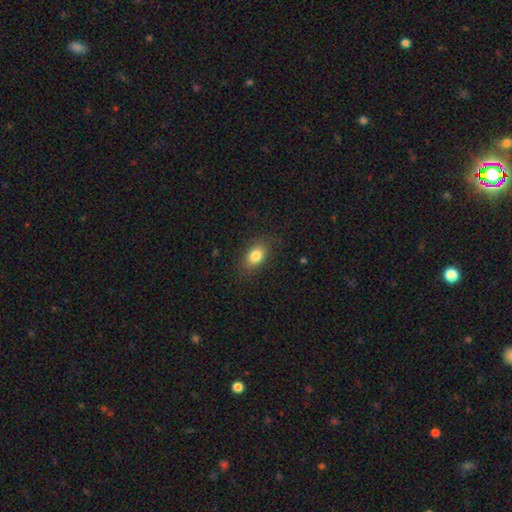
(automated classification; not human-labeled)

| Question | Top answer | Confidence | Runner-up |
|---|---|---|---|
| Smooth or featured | smooth | 83% | star or artifact (9%) |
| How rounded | in between | 82% | round (15%) |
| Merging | none | 83% | minor disturbance (12%) |